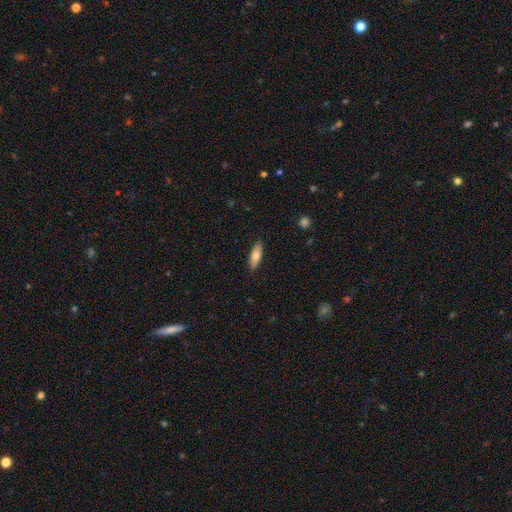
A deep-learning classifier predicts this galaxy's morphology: smooth-or-featured: smooth: 70% | featured or disk: 24% | star or artifact: 6%
  how-rounded: in between: 63% | cigar-shaped: 35% | round: 2%
  merging: none: 89% | minor disturbance: 9% | major disturbance: 2% | merger: 1%